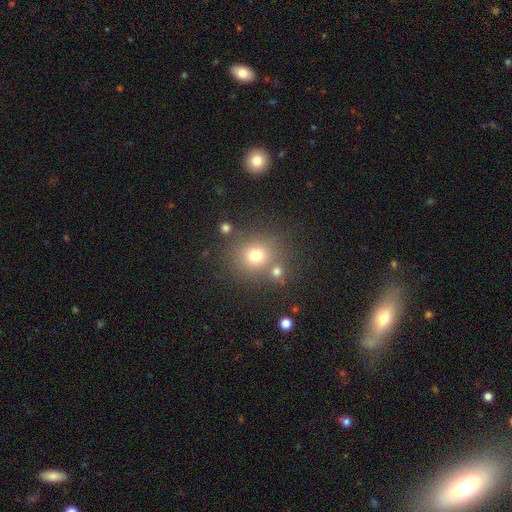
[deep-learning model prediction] smooth-or-featured: smooth: 72% | star or artifact: 17% | featured or disk: 10%
  how-rounded: round: 84% | in between: 15% | cigar-shaped: 1%
  merging: none: 70% | merger: 16% | minor disturbance: 10% | major disturbance: 4%